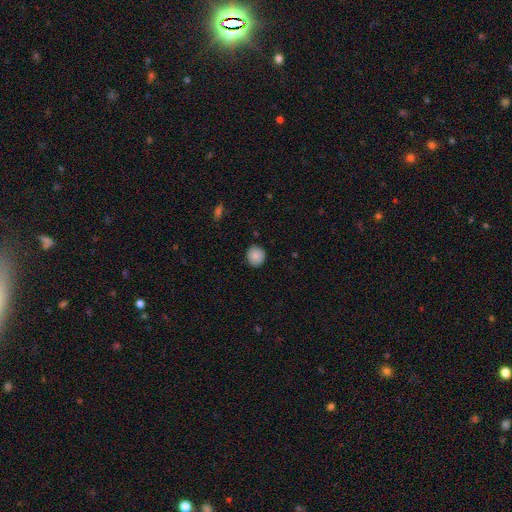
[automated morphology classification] The model was most divided on "how rounded": round: 89%, in between: 10%, cigar-shaped: 1%. More confident: merging — none (89%); smooth or featured — smooth (87%).